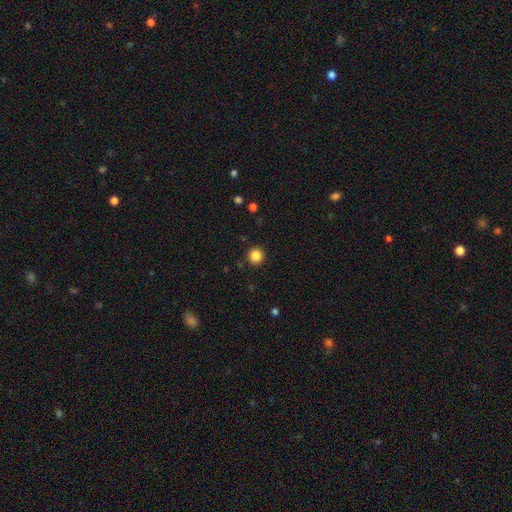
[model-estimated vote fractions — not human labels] A smooth galaxy with no disk features (85%) that is round (95%).

Vote fractions:
- Smooth or featured? smooth: 85% / star or artifact: 11% / featured or disk: 4%
- How rounded? round: 95% / in between: 4% / cigar-shaped: 1%
- Merging? none: 92% / minor disturbance: 5% / major disturbance: 2% / merger: 1%